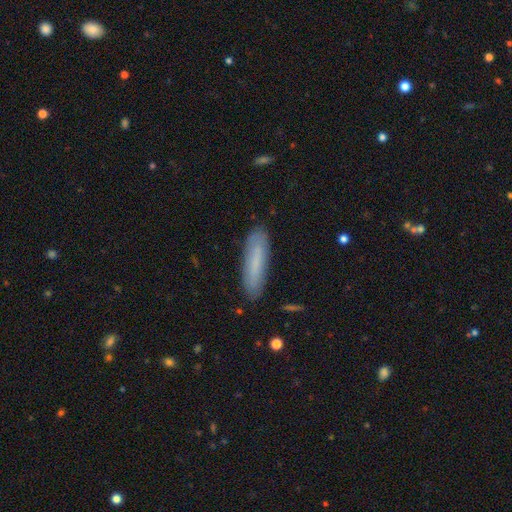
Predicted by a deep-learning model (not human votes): smooth_or_featured: smooth (p=0.72) [alt: featured or disk p=0.18]
how_rounded: cigar-shaped (p=0.75) [alt: in between p=0.23]
merging: none (p=0.86) [alt: minor disturbance p=0.10]